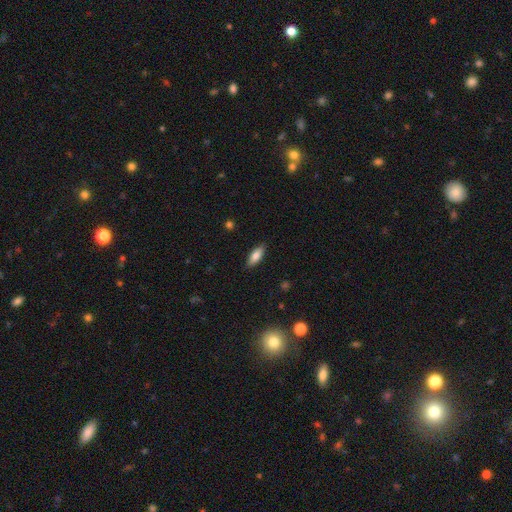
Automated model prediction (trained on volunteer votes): Smooth or featured? smooth (81%)
How rounded? in between (73%)
Merging? none (87%)